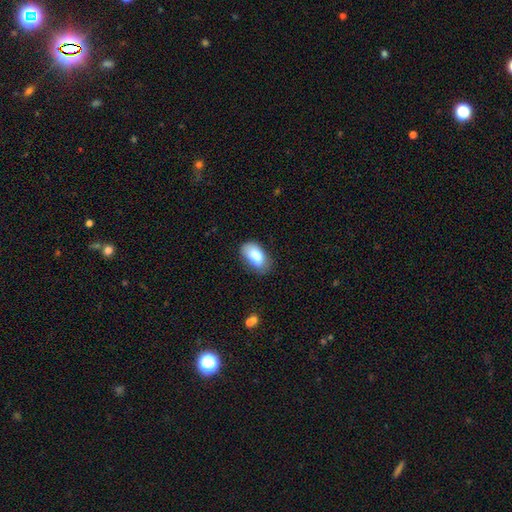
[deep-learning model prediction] Smooth or featured: smooth — 82% (featured or disk — 11%)
How rounded: in between — 93% (round — 5%)
Merging: none — 66% (minor disturbance — 25%)